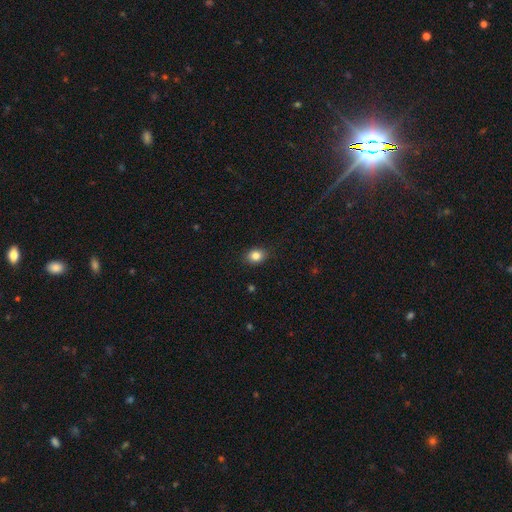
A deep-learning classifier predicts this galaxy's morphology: Smooth or featured: smooth — 84% (star or artifact — 10%)
How rounded: in between — 53% (round — 46%)
Merging: none — 87% (minor disturbance — 10%)